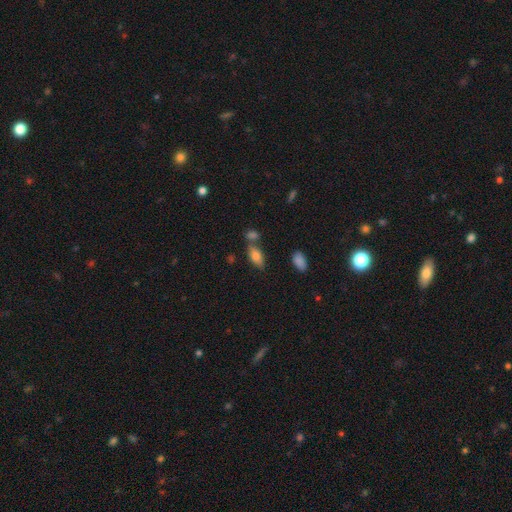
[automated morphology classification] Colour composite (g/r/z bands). It shows a smooth galaxy with no disk features (79%) that is in between round and cigar-shaped (86%). Merging: none (59%).